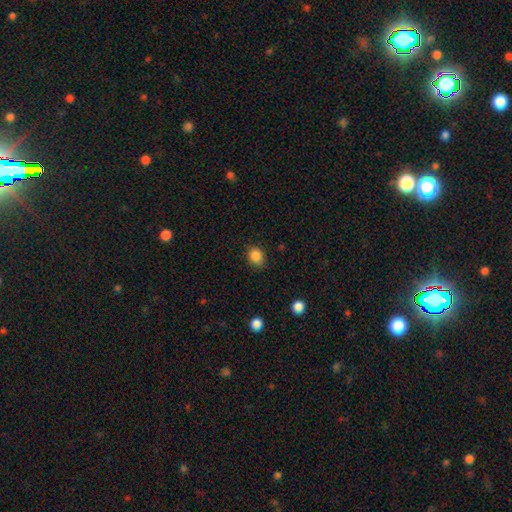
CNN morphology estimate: Smooth or featured? smooth (86%)
How rounded? round (52%)
Merging? none (83%)